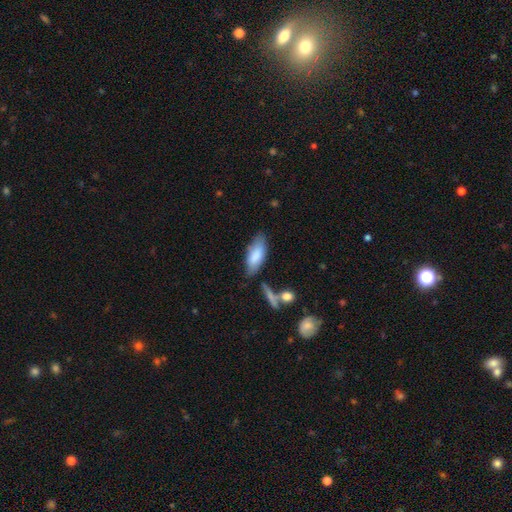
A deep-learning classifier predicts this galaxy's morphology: This appears to be a smooth galaxy with no disk features (81%) that is in between round and cigar-shaped (77%). Merging: none (68%).